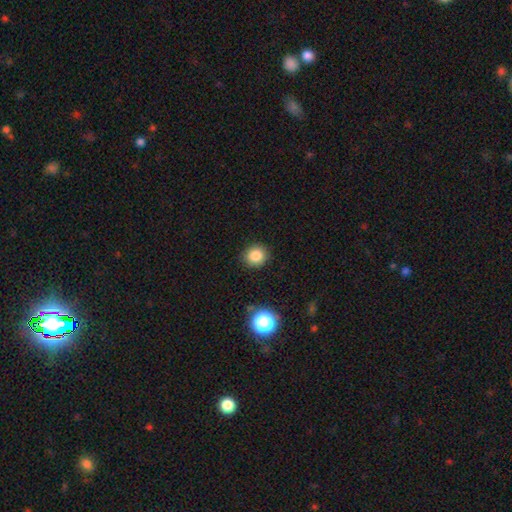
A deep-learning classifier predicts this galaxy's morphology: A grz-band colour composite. It shows a smooth galaxy with no disk features (84%) that is round (85%). Merging: none (89%).